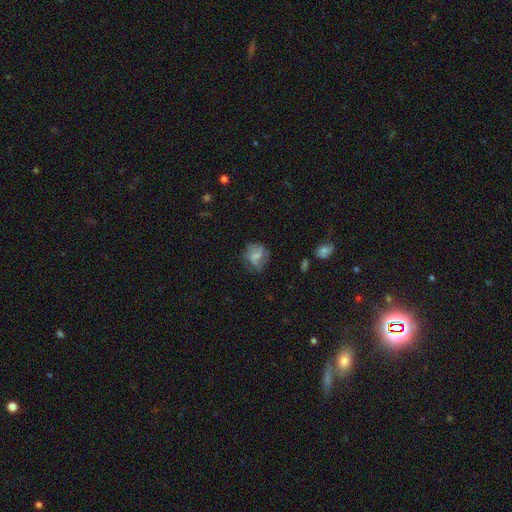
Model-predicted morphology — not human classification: Smooth or featured?
  - smooth: 50% *
  - featured or disk: 39%
  - star or artifact: 10%
How rounded?
  - round: 69% *
  - in between: 30%
  - cigar-shaped: 1%
Merging?
  - none: 57% *
  - minor disturbance: 24%
  - major disturbance: 16%
  - merger: 2%